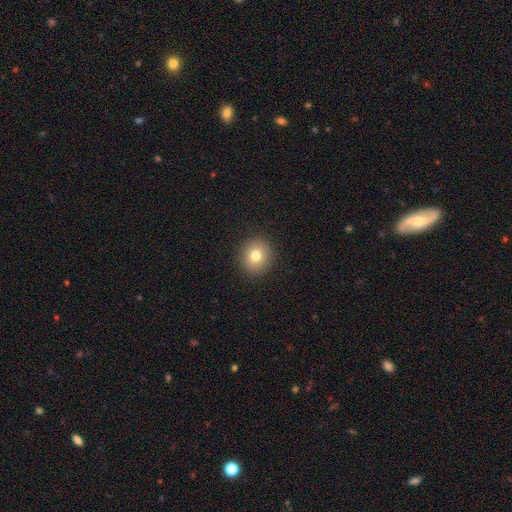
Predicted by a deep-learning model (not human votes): smooth-or-featured: smooth: 78% | star or artifact: 12% | featured or disk: 11%
  how-rounded: round: 84% | in between: 15% | cigar-shaped: 1%
  merging: none: 91% | minor disturbance: 6% | major disturbance: 2% | merger: 1%